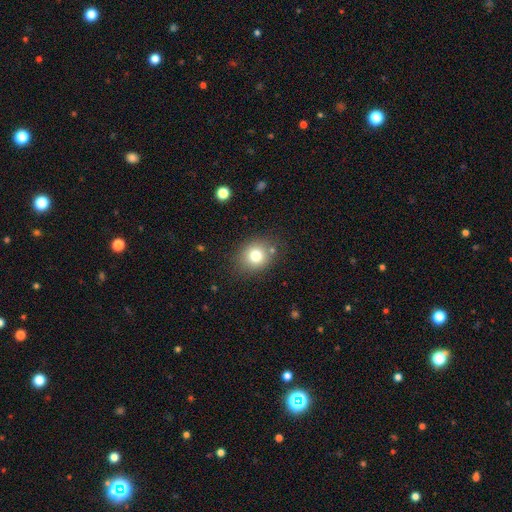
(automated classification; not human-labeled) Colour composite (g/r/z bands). It shows a smooth galaxy with no disk features (76%) that is round (71%). Merging: none (80%).